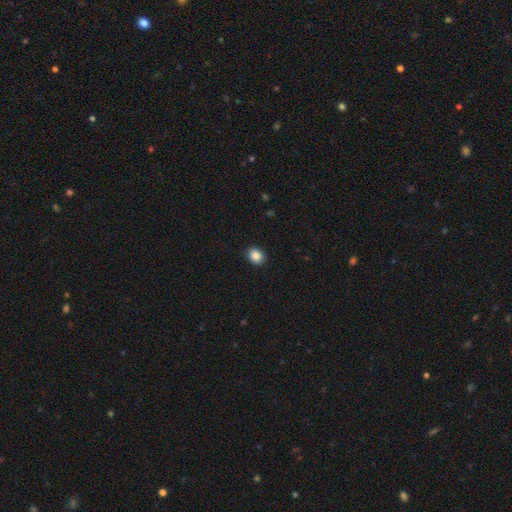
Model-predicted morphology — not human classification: Smooth or featured?
  - smooth: 86% *
  - star or artifact: 9%
  - featured or disk: 4%
How rounded?
  - round: 64% *
  - in between: 35%
  - cigar-shaped: 1%
Merging?
  - none: 91% *
  - minor disturbance: 6%
  - major disturbance: 2%
  - merger: 1%